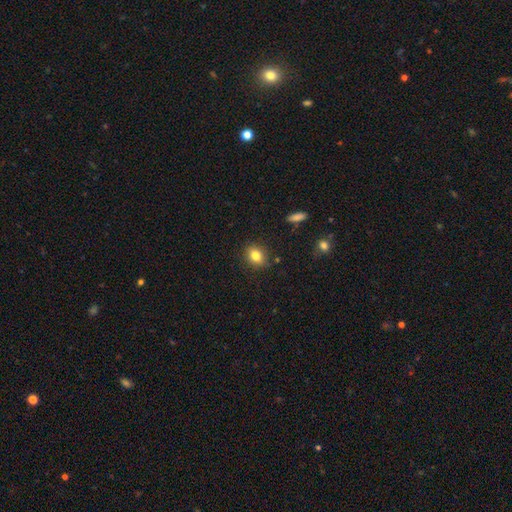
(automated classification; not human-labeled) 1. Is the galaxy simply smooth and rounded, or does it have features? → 81% smooth, 10% star or artifact, 8% featured or disk.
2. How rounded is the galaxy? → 52% in between, 47% round, 1% cigar-shaped.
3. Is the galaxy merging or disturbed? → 86% none, 10% minor disturbance, 2% major disturbance, 2% merger.